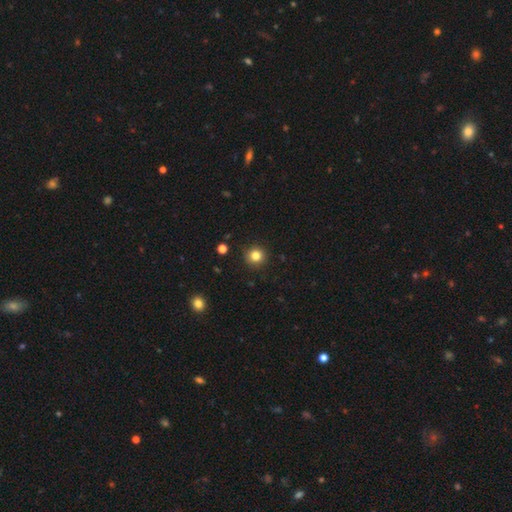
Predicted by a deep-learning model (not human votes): Morphology: type=smooth (82%); roundness=round (94%); merging=none (91%).